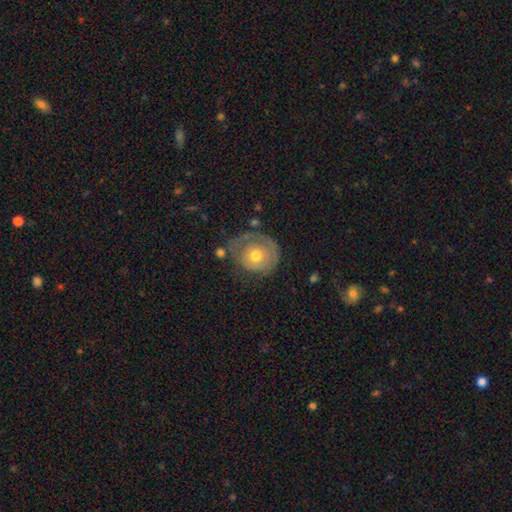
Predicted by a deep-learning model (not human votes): This appears to be a featured or disk galaxy (47%). Merging: none (48%).